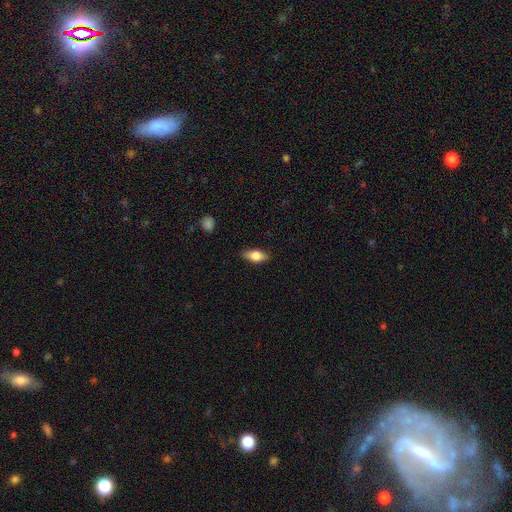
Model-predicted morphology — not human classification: Smooth or featured? Predicted: smooth (p=0.71). How rounded? Predicted: in between (p=0.83). Merging? Predicted: none (p=0.86).